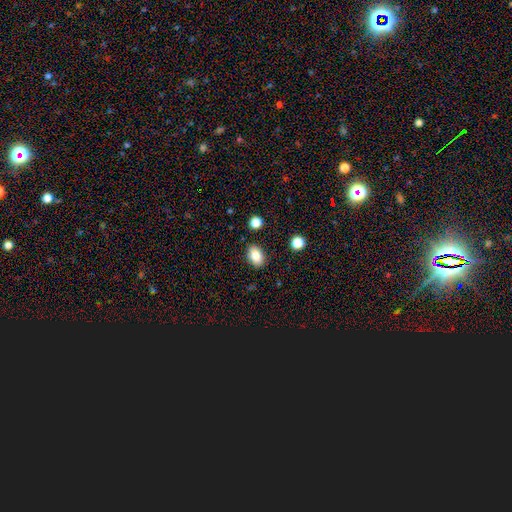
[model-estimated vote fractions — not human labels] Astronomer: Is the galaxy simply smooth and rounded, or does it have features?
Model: smooth — 85%.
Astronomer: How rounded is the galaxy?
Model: in between — 85%.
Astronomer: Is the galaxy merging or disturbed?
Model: none — 86%.